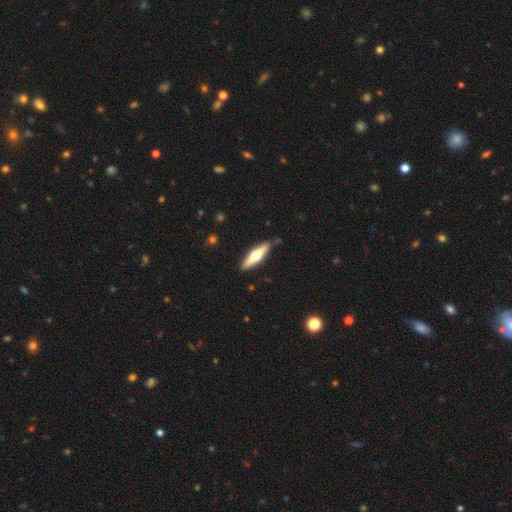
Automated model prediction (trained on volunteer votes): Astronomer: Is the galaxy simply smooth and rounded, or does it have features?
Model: featured or disk — 56% (runner-up: smooth, 39%).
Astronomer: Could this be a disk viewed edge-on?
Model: yes — 94%.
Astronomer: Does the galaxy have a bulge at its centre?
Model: rounded — 94%.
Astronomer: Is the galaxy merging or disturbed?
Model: none — 86%.